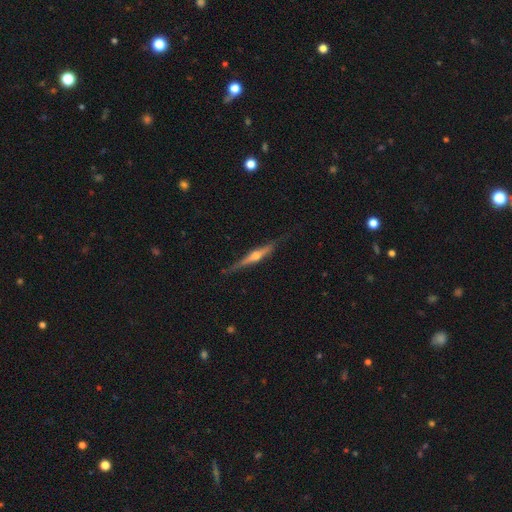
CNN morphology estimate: Smooth or featured? Predicted: featured or disk (p=0.77). Edge-on disk? Predicted: yes (p=0.98). Edge-on bulge? Predicted: rounded (p=0.92). Merging? Predicted: none (p=0.83).